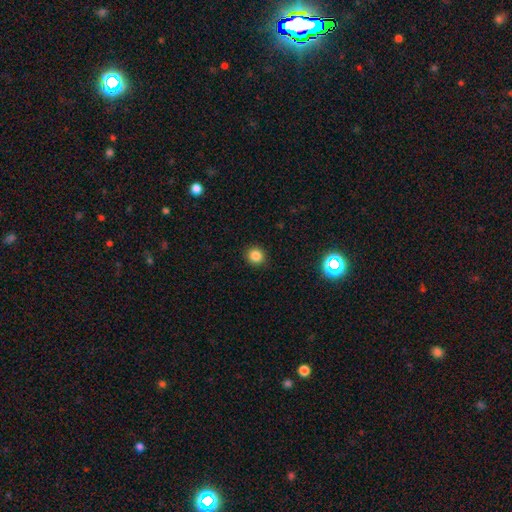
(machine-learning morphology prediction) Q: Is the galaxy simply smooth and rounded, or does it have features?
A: smooth — 83%.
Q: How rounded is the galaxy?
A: round — 91%.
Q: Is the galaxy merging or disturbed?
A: none — 92%.